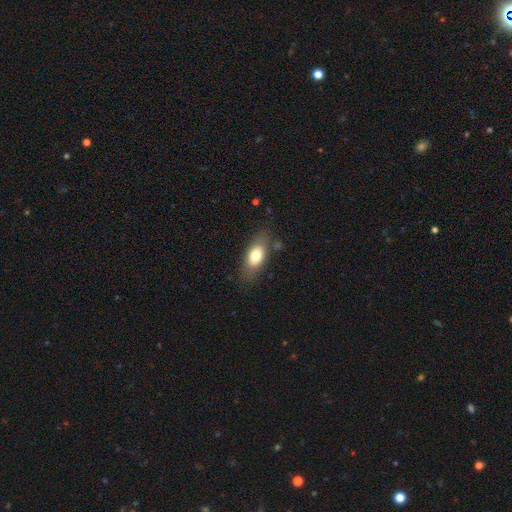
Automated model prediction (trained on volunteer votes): This is likely a smooth galaxy (72%). How rounded: clearly in between (83%). Merging: likely none (77%).